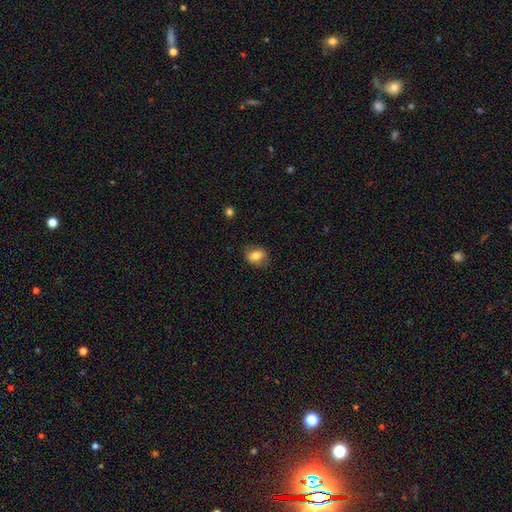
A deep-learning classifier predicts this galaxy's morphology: smooth_or_featured: smooth (p=0.78) [alt: featured or disk p=0.13]
how_rounded: in between (p=0.55) [alt: round p=0.44]
merging: none (p=0.78) [alt: minor disturbance p=0.17]